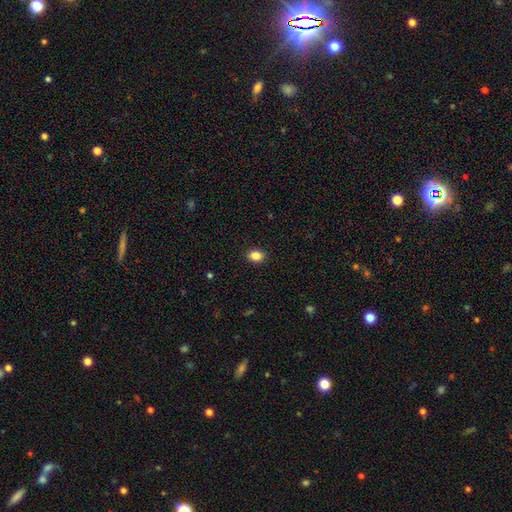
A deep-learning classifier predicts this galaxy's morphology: This is clearly a smooth galaxy (86%). How rounded: likely in between (69%). Merging: clearly none (91%).